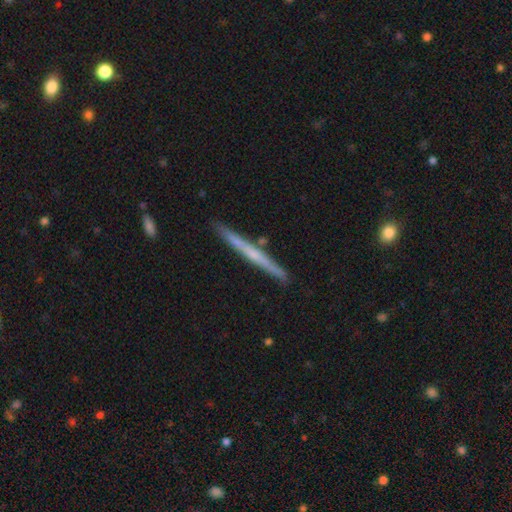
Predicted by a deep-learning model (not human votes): Smooth or featured: featured or disk — 57% (smooth — 38%)
Edge-on disk: yes — 97% (no — 3%)
Edge-on bulge: none — 66% (rounded — 28%)
Merging: none — 88% (minor disturbance — 8%)